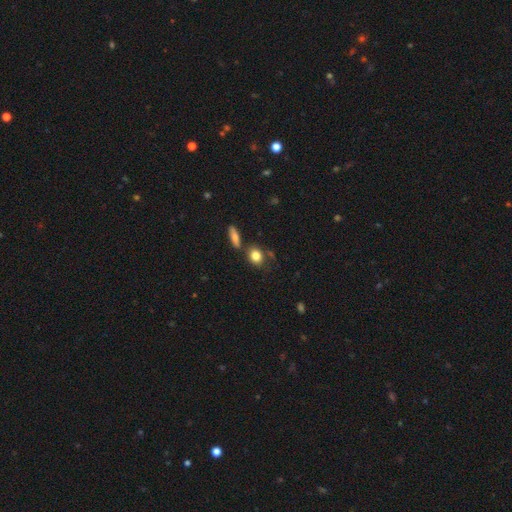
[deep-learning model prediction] Overall: smooth (82%). How rounded: round (54%; in between 43%). Merging: none (68%).